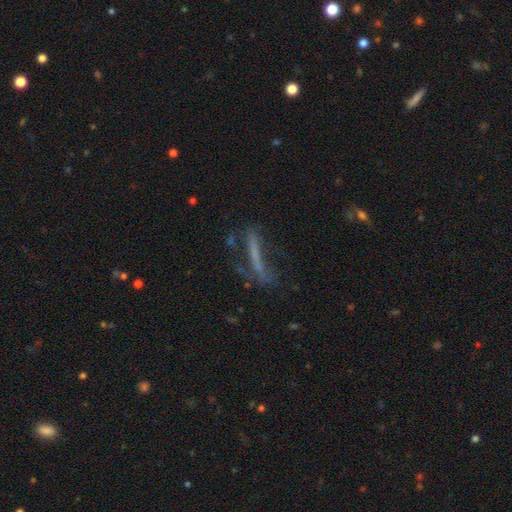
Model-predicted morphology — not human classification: smooth_or_featured: smooth (p=0.44) [alt: featured or disk p=0.41]
merging: none (p=0.48) [alt: major disturbance p=0.25]